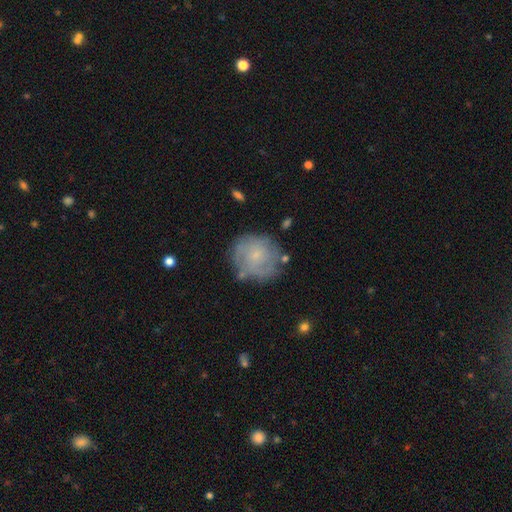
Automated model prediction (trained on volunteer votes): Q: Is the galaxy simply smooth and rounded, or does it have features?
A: featured or disk — 56%.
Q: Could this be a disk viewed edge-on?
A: no — 98%.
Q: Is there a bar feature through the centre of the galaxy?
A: no — 77%.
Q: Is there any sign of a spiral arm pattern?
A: yes — 72%.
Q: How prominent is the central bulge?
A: small — 74%.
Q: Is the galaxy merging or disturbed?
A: none — 69%.